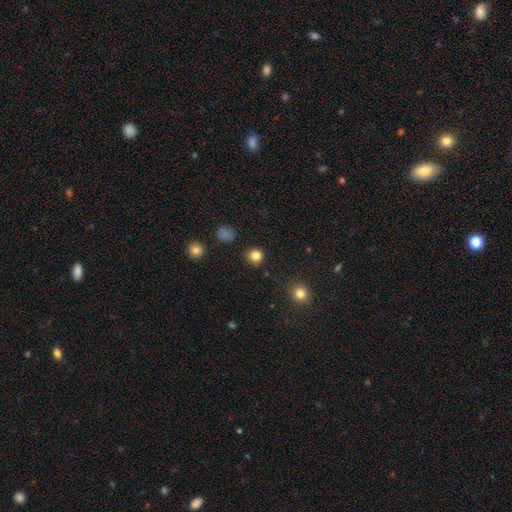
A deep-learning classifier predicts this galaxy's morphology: The model was most divided on "smooth or featured": smooth: 83%, star or artifact: 12%, featured or disk: 4%. More confident: how rounded — round (92%); merging — none (89%).